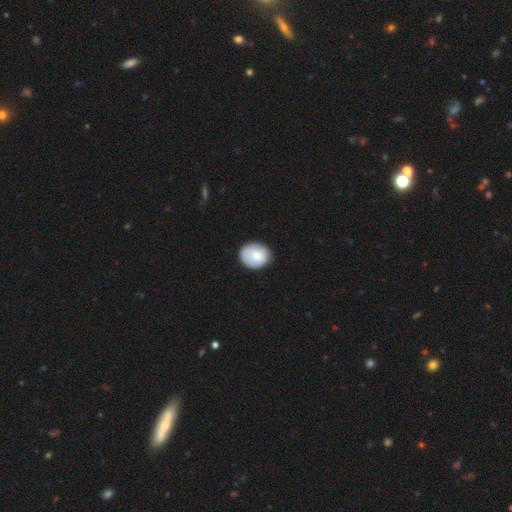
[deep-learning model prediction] This appears to be a smooth galaxy with no disk features (80%) that is round (69%). Merging: none (79%).